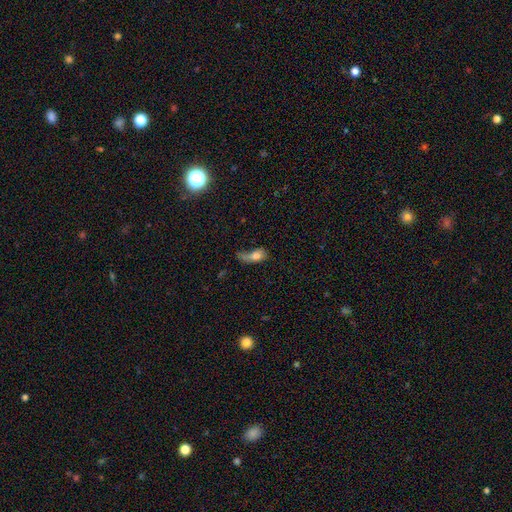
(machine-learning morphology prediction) A smooth galaxy with no disk features (68%) that is in between round and cigar-shaped (75%).

Vote fractions:
- Smooth or featured? smooth: 68% / featured or disk: 22% / star or artifact: 10%
- How rounded? in between: 75% / round: 14% / cigar-shaped: 11%
- Merging? major disturbance: 44% / minor disturbance: 23% / none: 21% / merger: 13%